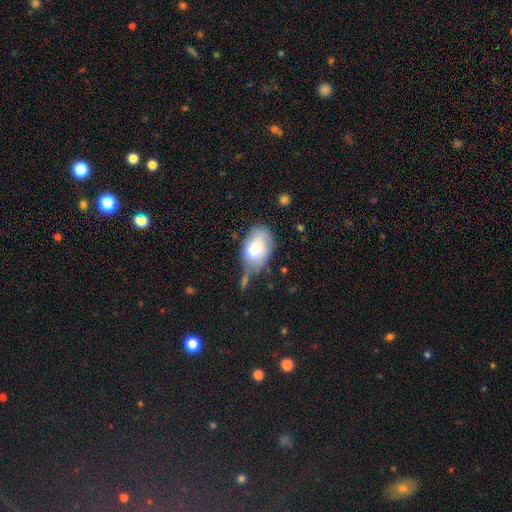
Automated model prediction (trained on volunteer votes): smooth_or_featured: smooth (p=0.67) [alt: featured or disk p=0.24]
how_rounded: in between (p=0.84) [alt: round p=0.15]
merging: none (p=0.47) [alt: minor disturbance p=0.29]